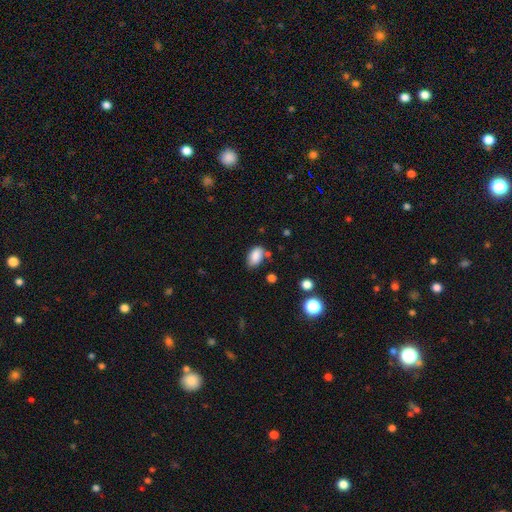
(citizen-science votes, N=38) Smooth or featured? 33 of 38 (87%) said smooth. How rounded? 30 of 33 (91%) said in between. Merging? 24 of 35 (69%) said none.